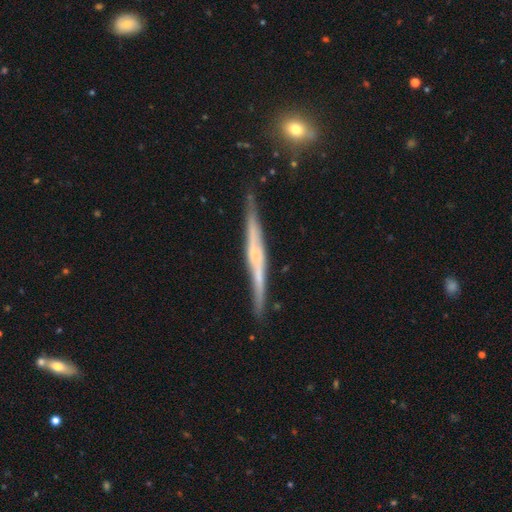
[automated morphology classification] smooth_or_featured: featured or disk (p=0.74) [alt: smooth p=0.20]
disk_edge_on: yes (p=0.97) [alt: no p=0.03]
edge_on_bulge: none (p=0.40) [alt: rounded p=0.36]
merging: none (p=0.82) [alt: minor disturbance p=0.13]